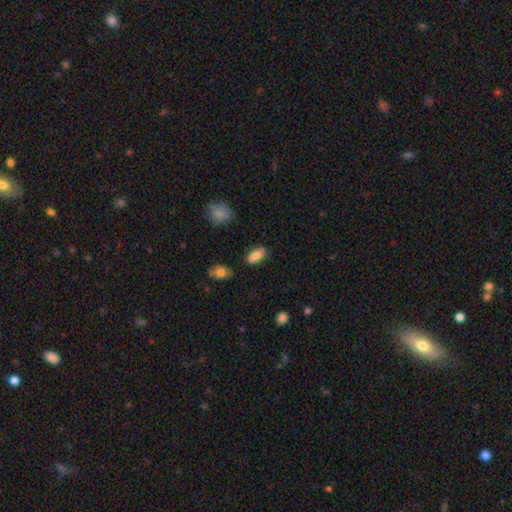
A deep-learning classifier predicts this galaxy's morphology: A smooth galaxy with no disk features (77%) that is in between round and cigar-shaped (85%).

Vote fractions:
- Smooth or featured? smooth: 77% / featured or disk: 16% / star or artifact: 7%
- How rounded? in between: 85% / cigar-shaped: 12% / round: 3%
- Merging? none: 84% / minor disturbance: 11% / merger: 3% / major disturbance: 3%